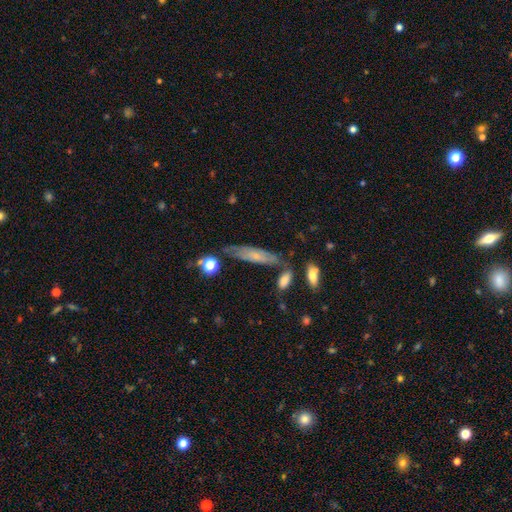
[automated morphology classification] This is possibly a smooth galaxy (53%). How rounded: likely cigar-shaped (71%). Merging: likely none (63%).